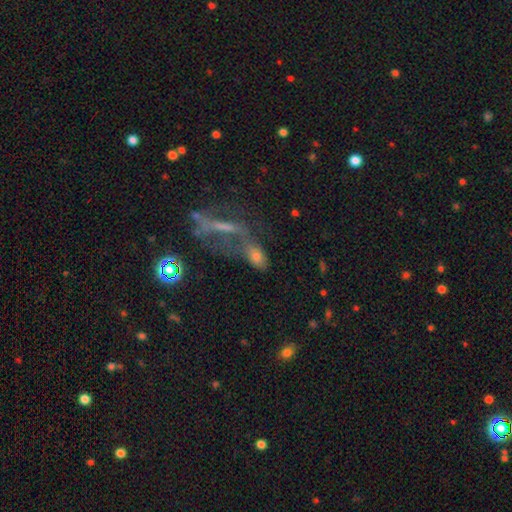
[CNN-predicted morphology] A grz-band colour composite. It shows a smooth galaxy with no disk features (44%). Merging: merger (38%).